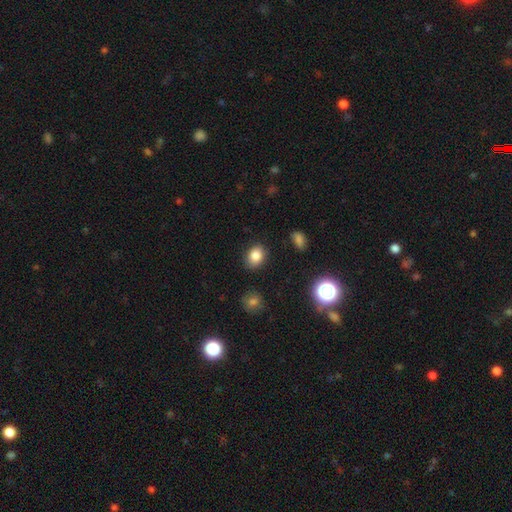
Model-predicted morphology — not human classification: This is clearly a smooth galaxy (82%). How rounded: possibly in between (57%). Merging: clearly none (85%).